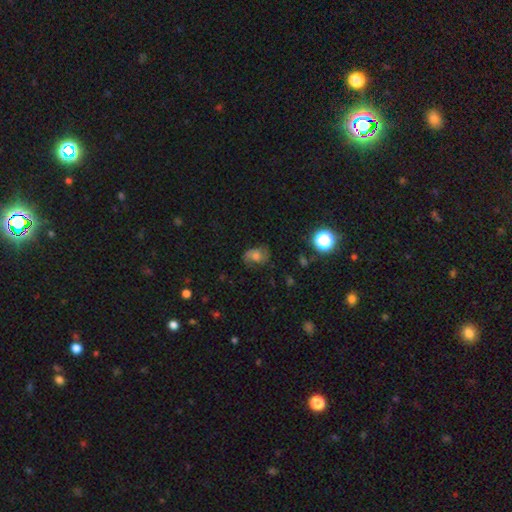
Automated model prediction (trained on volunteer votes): featured or disk 54%, smooth 32%, star or artifact 14%. Down the decision tree: edge-on disk — no (97%); bar — no (63%); spiral arms — yes (87%); bulge size — moderate (51%); merging — none (64%).